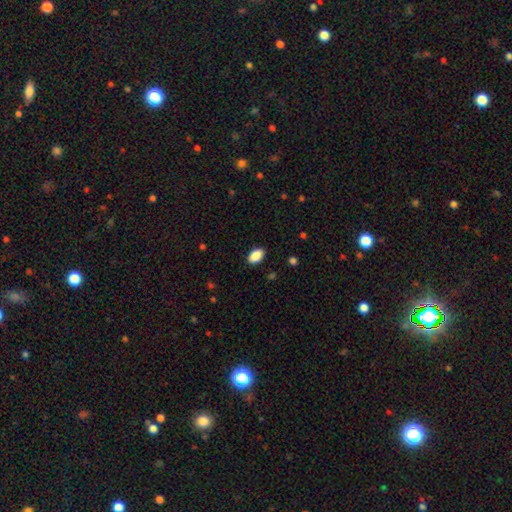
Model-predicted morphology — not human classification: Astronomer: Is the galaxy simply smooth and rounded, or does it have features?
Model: smooth — 90%.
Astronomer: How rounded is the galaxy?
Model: in between — 91%.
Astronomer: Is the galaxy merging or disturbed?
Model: none — 89%.